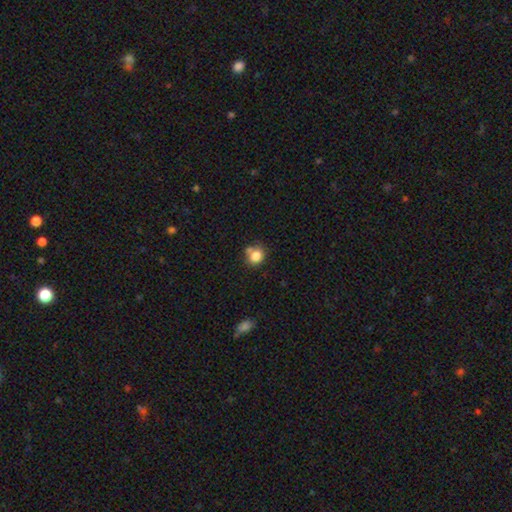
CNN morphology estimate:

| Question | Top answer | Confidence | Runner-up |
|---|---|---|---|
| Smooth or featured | smooth | 81% | star or artifact (11%) |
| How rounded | round | 74% | in between (25%) |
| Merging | none | 57% | merger (24%) |